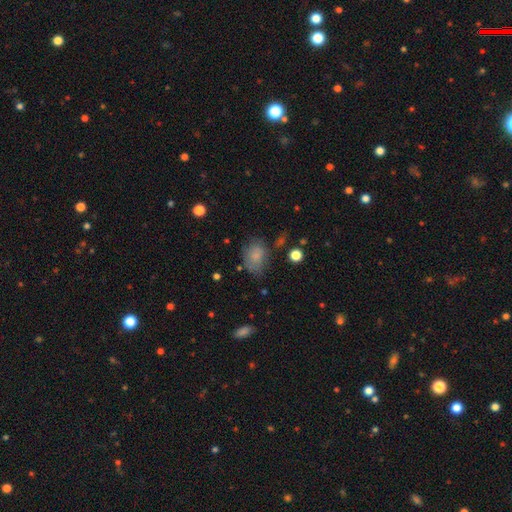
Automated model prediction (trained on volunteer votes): Overall: smooth (77%). How rounded: in between (76%). Merging: none (56%; minor disturbance 28%).